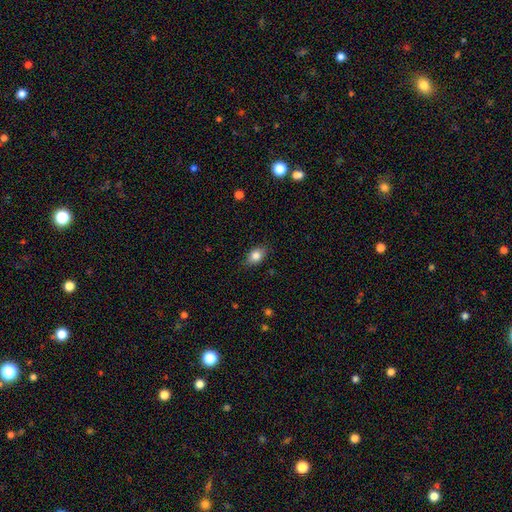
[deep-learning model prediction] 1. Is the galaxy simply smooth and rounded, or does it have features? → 84% smooth, 8% star or artifact, 8% featured or disk.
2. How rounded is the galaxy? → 81% in between, 17% round, 2% cigar-shaped.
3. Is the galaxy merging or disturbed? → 85% none, 12% minor disturbance, 3% major disturbance, 1% merger.